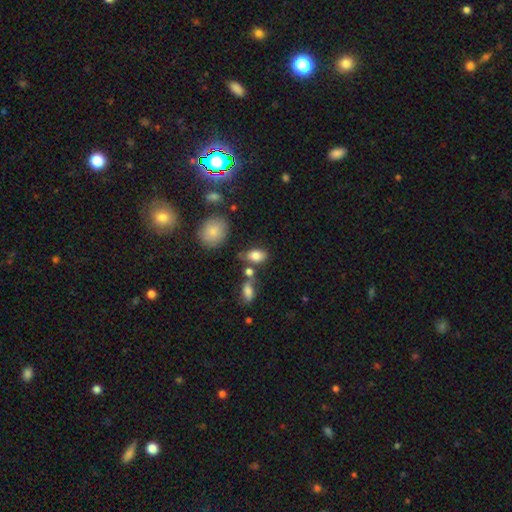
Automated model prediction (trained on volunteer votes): Overall: smooth (81%). How rounded: in between (87%). Merging: none (61%).